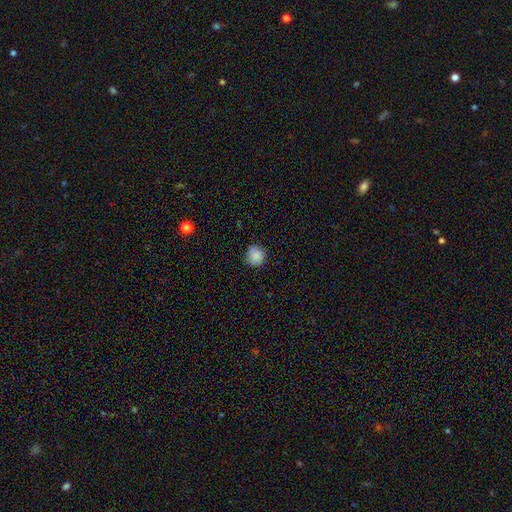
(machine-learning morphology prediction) smooth_or_featured: smooth (p=0.86) [alt: star or artifact p=0.09]
how_rounded: round (p=0.91) [alt: in between p=0.09]
merging: none (p=0.78) [alt: minor disturbance p=0.17]